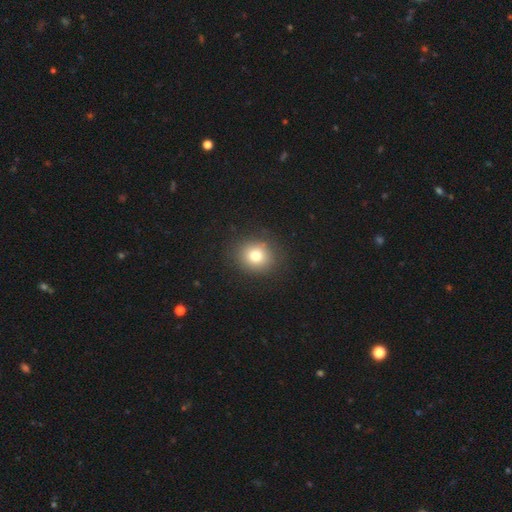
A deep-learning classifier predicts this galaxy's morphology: This appears to be a smooth galaxy with no disk features (77%) that is round (76%). Merging: none (86%).